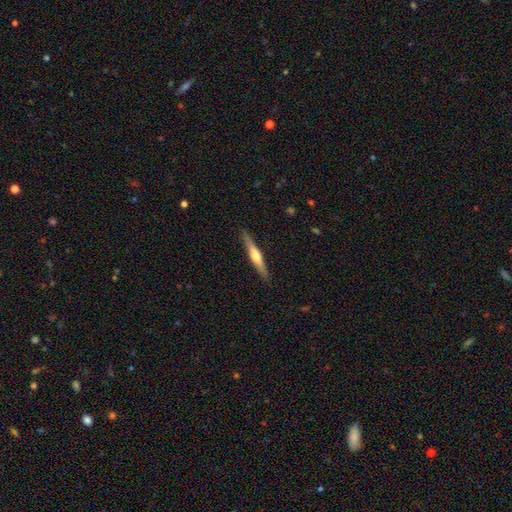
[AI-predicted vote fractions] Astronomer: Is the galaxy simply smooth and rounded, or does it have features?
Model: featured or disk — 64%.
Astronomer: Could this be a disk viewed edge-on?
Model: yes — 97%.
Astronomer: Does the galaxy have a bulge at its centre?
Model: rounded — 87%.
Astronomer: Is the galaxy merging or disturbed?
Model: none — 91%.